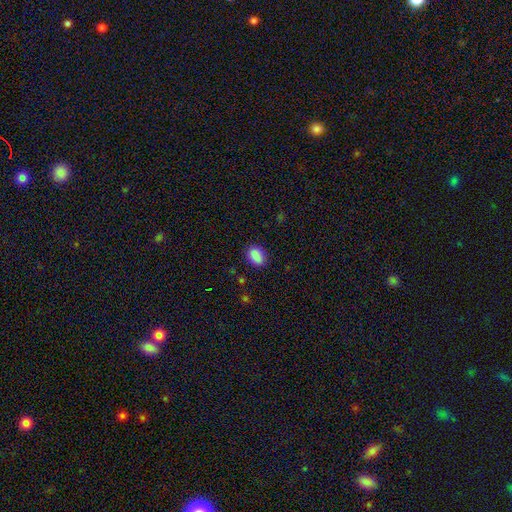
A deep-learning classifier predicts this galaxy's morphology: type=smooth (89%); roundness=in between (78%); merging=none (85%).